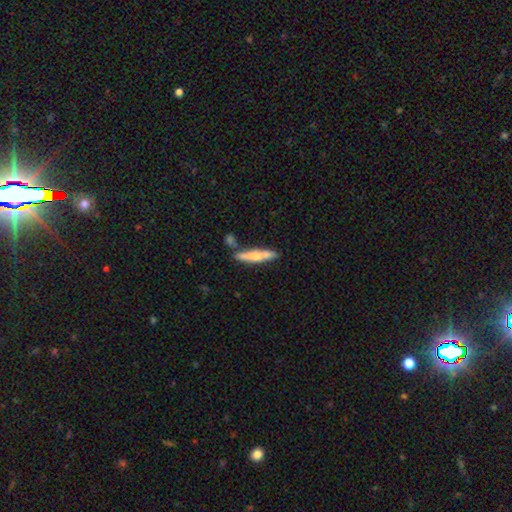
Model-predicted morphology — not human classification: Smooth or featured? Predicted: smooth (p=0.59). How rounded? Predicted: cigar-shaped (p=0.88). Merging? Predicted: none (p=0.68).